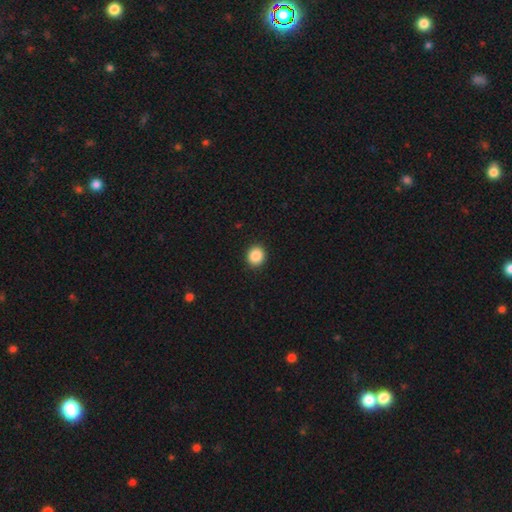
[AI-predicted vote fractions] Smooth or featured? smooth (88%)
How rounded? round (84%)
Merging? none (92%)